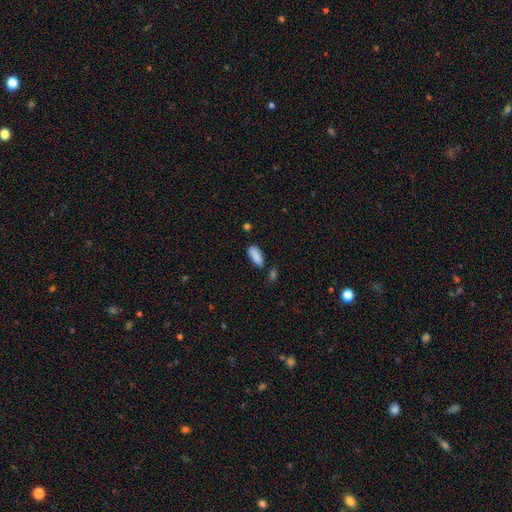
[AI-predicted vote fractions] A smooth galaxy with no disk features (88%) that is in between round and cigar-shaped (79%).

Vote fractions:
- Smooth or featured? smooth: 88% / star or artifact: 7% / featured or disk: 5%
- How rounded? in between: 79% / cigar-shaped: 19% / round: 2%
- Merging? none: 74% / minor disturbance: 16% / merger: 7% / major disturbance: 3%